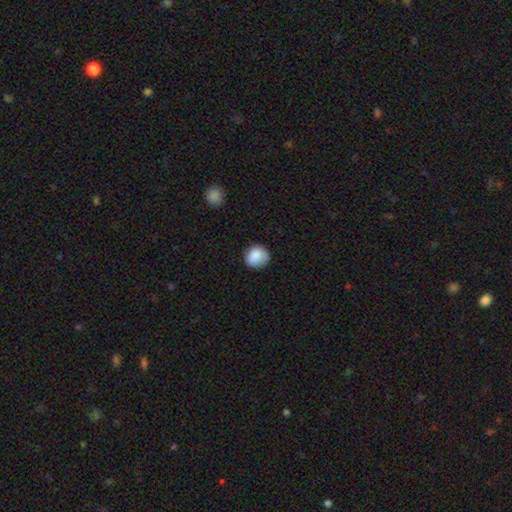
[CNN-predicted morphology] A smooth galaxy with no disk features (87%) that is round (82%).

Vote fractions:
- Smooth or featured? smooth: 87% / star or artifact: 8% / featured or disk: 5%
- How rounded? round: 82% / in between: 17% / cigar-shaped: 1%
- Merging? none: 77% / minor disturbance: 18% / major disturbance: 4% / merger: 1%